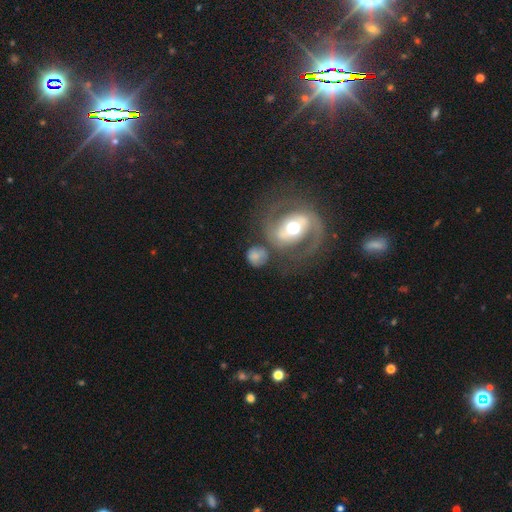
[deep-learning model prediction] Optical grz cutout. It shows a smooth galaxy with no disk features (57%) that is round (72%). Merging: none (57%).